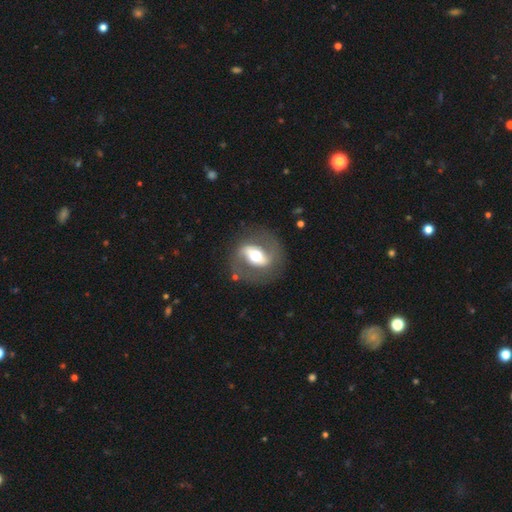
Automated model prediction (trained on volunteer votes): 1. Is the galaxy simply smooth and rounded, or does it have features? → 76% featured or disk, 19% smooth, 6% star or artifact.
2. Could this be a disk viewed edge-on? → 93% no, 7% yes.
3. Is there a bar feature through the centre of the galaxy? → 51% strong, 29% weak, 21% no.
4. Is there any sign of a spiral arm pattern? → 76% yes, 24% no.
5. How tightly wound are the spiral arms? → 48% medium, 31% loose, 21% tight.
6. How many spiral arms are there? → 88% 2, 5% can't tell, 4% 1, 1% 3, 1% 4, 1% more than 4.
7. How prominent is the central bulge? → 62% moderate, 26% large, 7% small, 3% dominant, 1% none.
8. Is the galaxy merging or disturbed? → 76% none, 13% minor disturbance, 9% major disturbance, 2% merger.